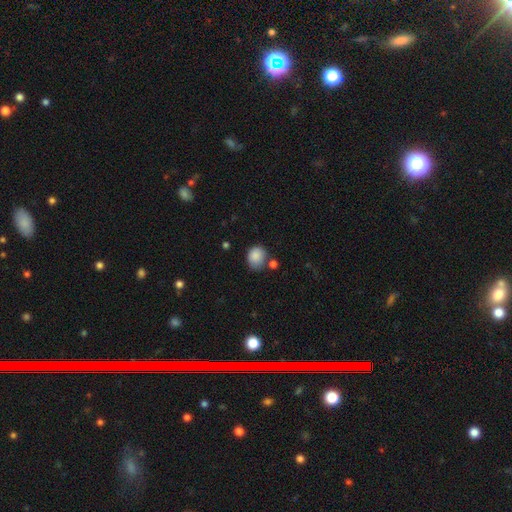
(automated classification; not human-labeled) smooth_or_featured: smooth (p=0.87) [alt: star or artifact p=0.08]
how_rounded: round (p=0.58) [alt: in between p=0.41]
merging: none (p=0.60) [alt: minor disturbance p=0.22]